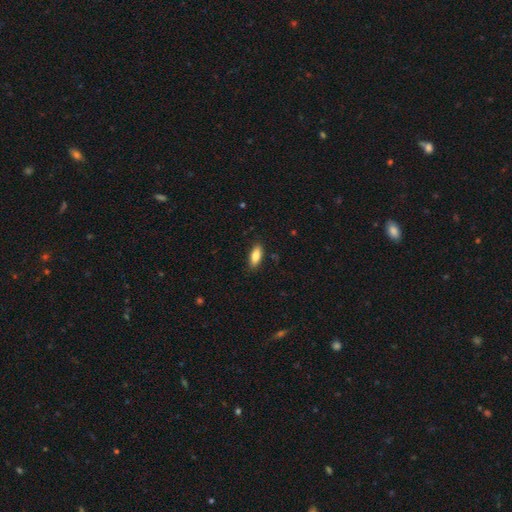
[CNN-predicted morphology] Overall: smooth (84%). How rounded: in between (78%). Merging: none (86%).